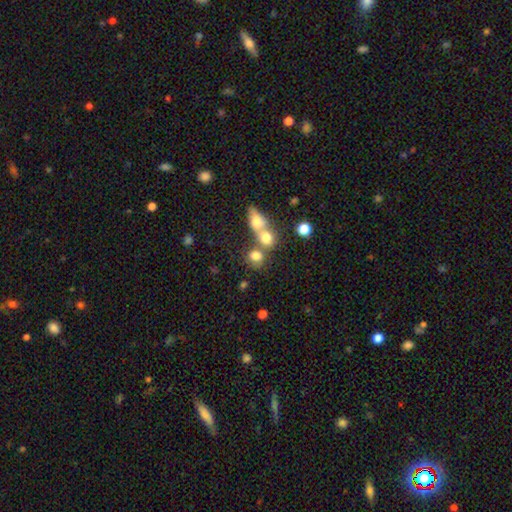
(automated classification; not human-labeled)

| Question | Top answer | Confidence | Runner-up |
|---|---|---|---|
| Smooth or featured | smooth | 76% | star or artifact (13%) |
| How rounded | round | 57% | in between (41%) |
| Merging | merger | 47% | none (39%) |